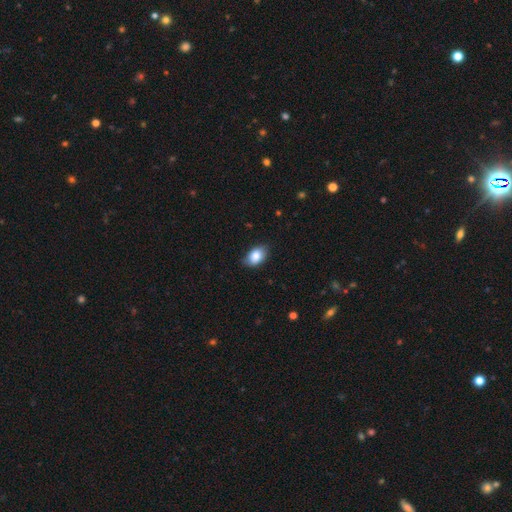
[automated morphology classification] This appears to be a smooth galaxy with no disk features (84%) that is in between round and cigar-shaped (87%). Merging: none (80%).